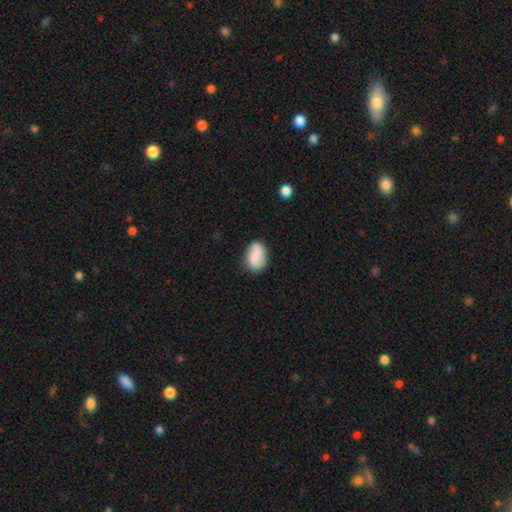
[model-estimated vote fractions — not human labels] smooth_or_featured: smooth (p=0.62) [alt: featured or disk p=0.30]
how_rounded: in between (p=0.80) [alt: round p=0.18]
merging: none (p=0.77) [alt: minor disturbance p=0.17]